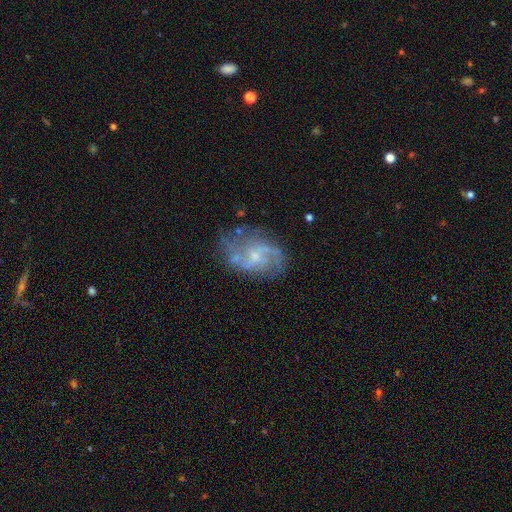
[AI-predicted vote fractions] featured or disk 80%, smooth 12%, star or artifact 8%. Down the decision tree: edge-on disk — no (97%); bar — no (50%); spiral arms — yes (88%); spiral arm count — 2 (59%); spiral winding — loose (47%); bulge size — small (61%); merging — none (60%).